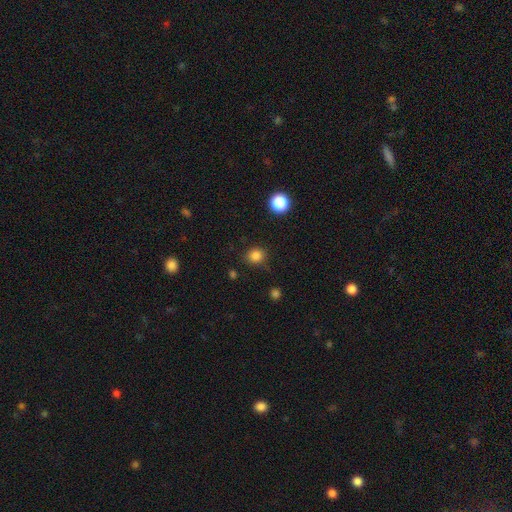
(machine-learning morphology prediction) smooth 83%, star or artifact 13%, featured or disk 4%. Down the decision tree: how rounded — round (81%); merging — none (83%).